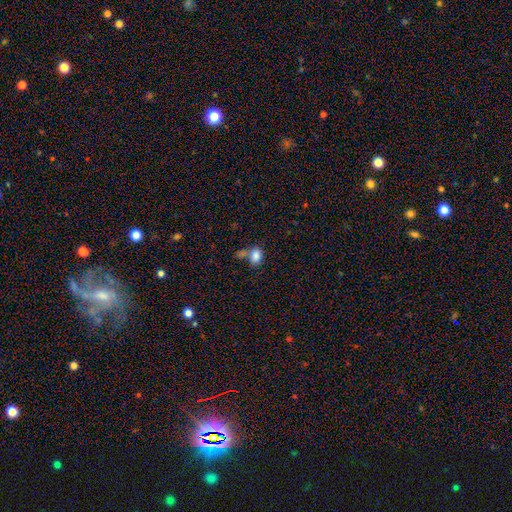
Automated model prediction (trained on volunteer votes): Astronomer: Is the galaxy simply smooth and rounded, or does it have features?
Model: smooth — 82%.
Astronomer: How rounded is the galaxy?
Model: in between — 75%.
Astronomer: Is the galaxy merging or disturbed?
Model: none — 41% (runner-up: merger, 33%).